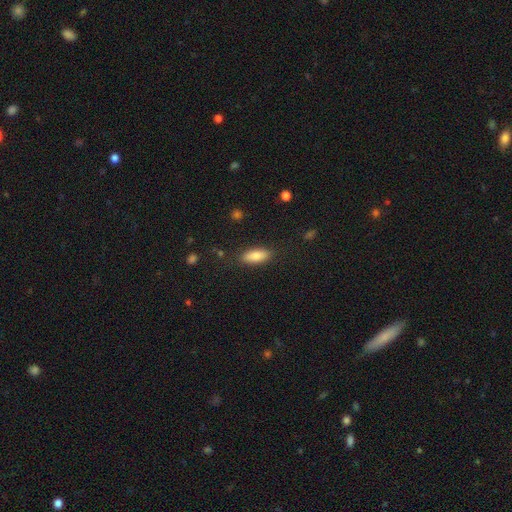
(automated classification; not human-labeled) Smooth or featured: smooth — 80% (featured or disk — 13%)
How rounded: in between — 75% (cigar-shaped — 22%)
Merging: none — 85% (minor disturbance — 11%)